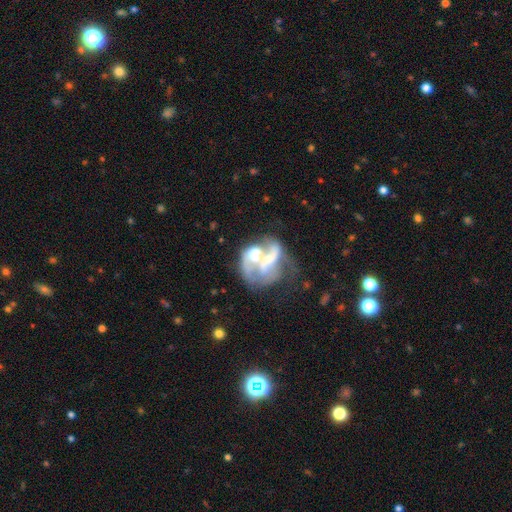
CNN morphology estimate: A featured or disk galaxy (67%) with no bar (68%), no spiral arms (53%) and a moderate central bulge (42%). Merging: merger (49%).